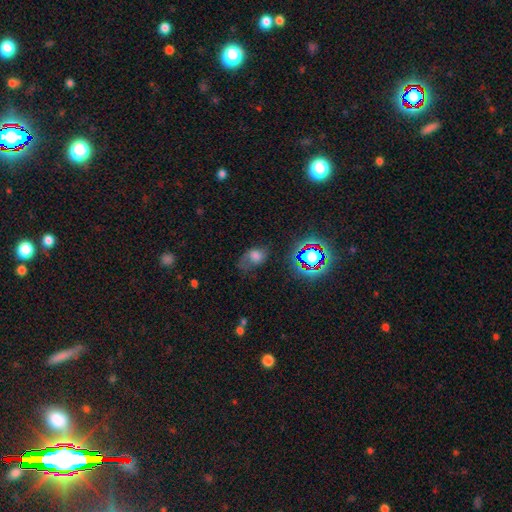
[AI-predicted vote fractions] This appears to be a smooth galaxy with no disk features (58%) that is in between round and cigar-shaped (65%). Merging: none (40%).